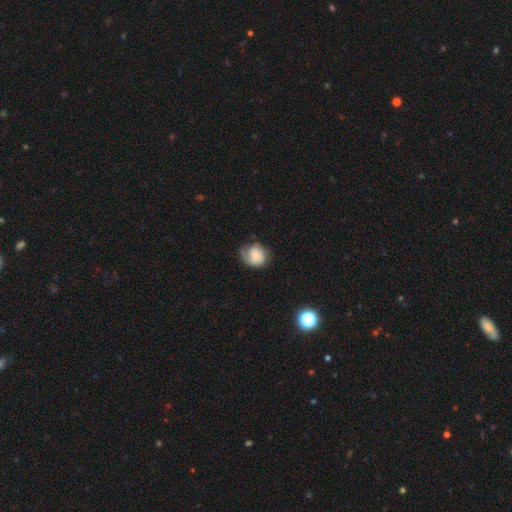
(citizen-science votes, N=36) Smooth or featured? smooth (69%)
How rounded? round (52%)
Merging? none (50%)